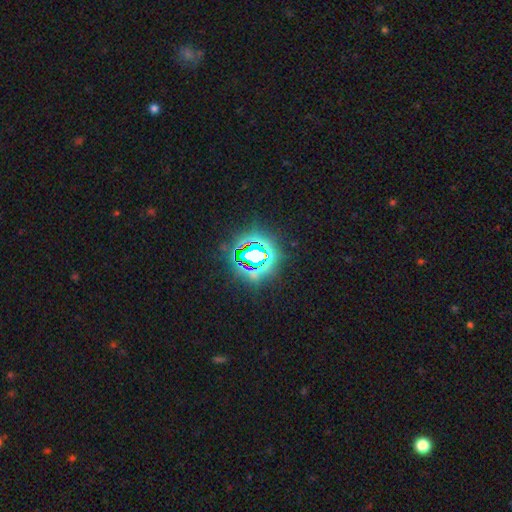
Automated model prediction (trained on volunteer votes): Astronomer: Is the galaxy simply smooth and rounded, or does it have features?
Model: star or artifact — 80%.